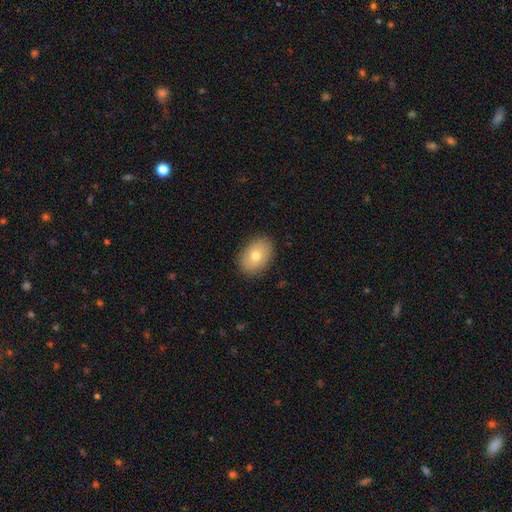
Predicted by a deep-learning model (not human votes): Morphology: type=smooth (76%); roundness=in between (81%); merging=none (89%).